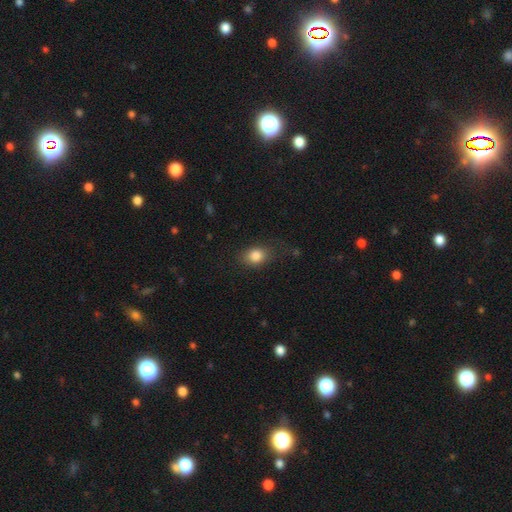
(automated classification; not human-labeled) A smooth galaxy with no disk features (84%) that is in between round and cigar-shaped (62%).

Vote fractions:
- Smooth or featured? smooth: 84% / star or artifact: 9% / featured or disk: 7%
- How rounded? in between: 62% / round: 36% / cigar-shaped: 2%
- Merging? none: 69% / minor disturbance: 20% / major disturbance: 9% / merger: 2%